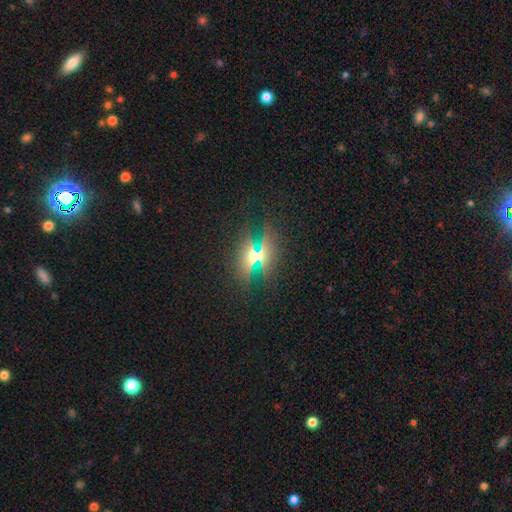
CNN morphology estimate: This is marginally a smooth galaxy (41%). Merging: clearly none (82%).